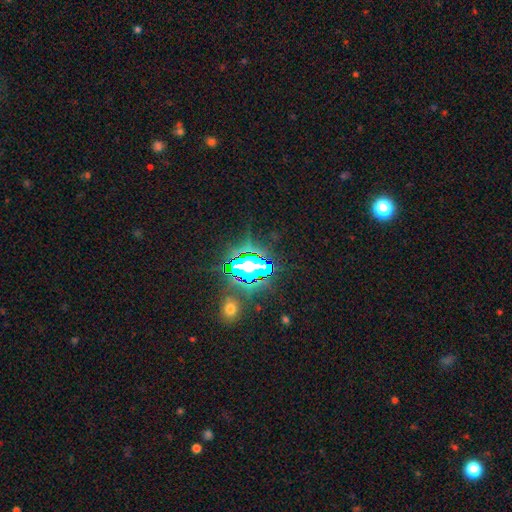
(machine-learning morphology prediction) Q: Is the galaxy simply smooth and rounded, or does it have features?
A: star or artifact — 77%.